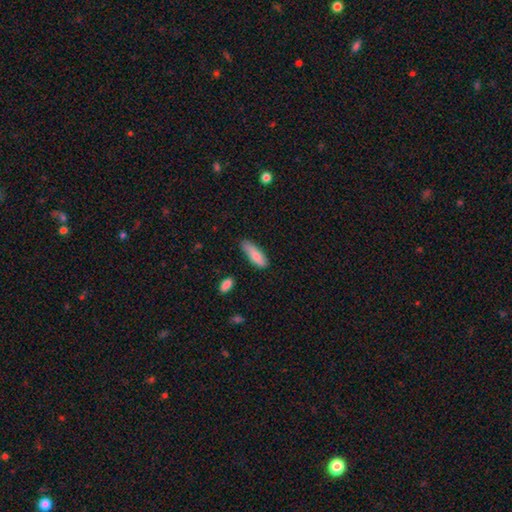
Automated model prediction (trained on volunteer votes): Smooth or featured: smooth — 83% (featured or disk — 10%)
How rounded: in between — 58% (cigar-shaped — 40%)
Merging: none — 67% (minor disturbance — 26%)